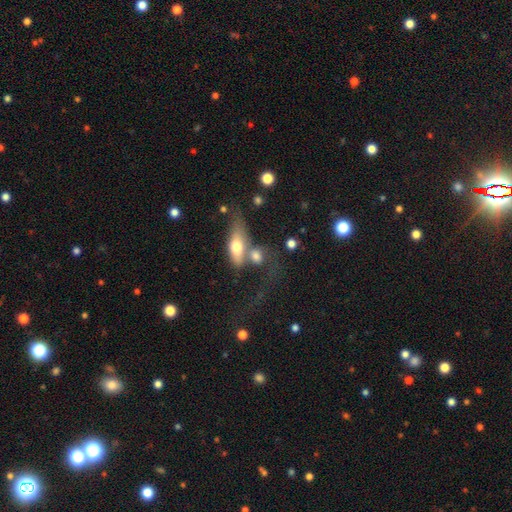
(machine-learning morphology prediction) smooth-or-featured: smooth: 67% | featured or disk: 24% | star or artifact: 9%
  how-rounded: in between: 65% | round: 20% | cigar-shaped: 16%
  merging: merger: 49% | none: 25% | major disturbance: 15% | minor disturbance: 11%